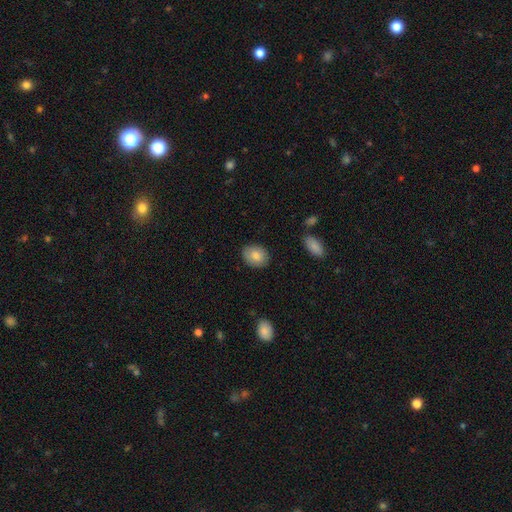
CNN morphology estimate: Smooth or featured: smooth — 82% (featured or disk — 11%)
How rounded: in between — 55% (round — 44%)
Merging: none — 86% (minor disturbance — 11%)